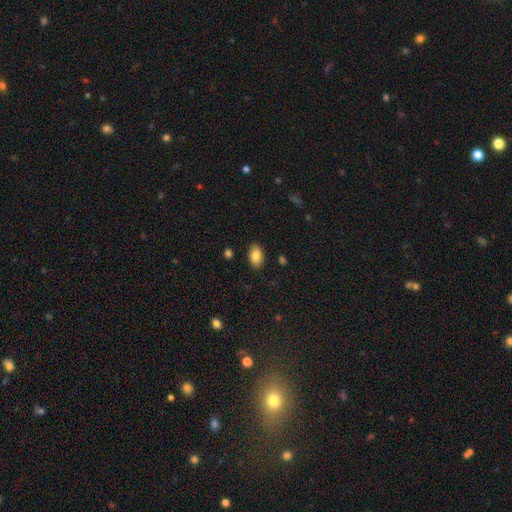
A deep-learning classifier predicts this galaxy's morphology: smooth-or-featured: smooth: 83% | featured or disk: 10% | star or artifact: 7%
  how-rounded: in between: 91% | round: 8% | cigar-shaped: 2%
  merging: none: 87% | minor disturbance: 9% | major disturbance: 2% | merger: 1%